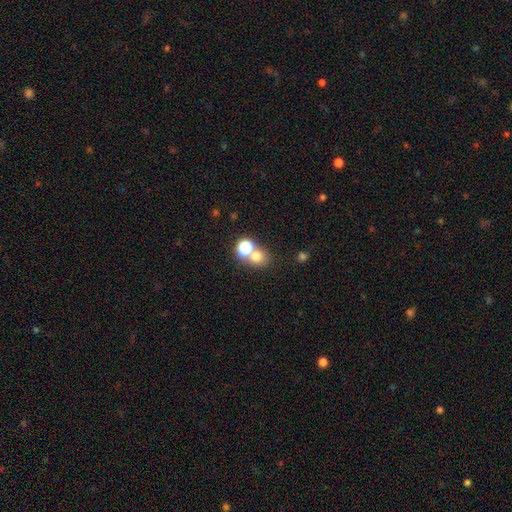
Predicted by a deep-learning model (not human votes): This is likely a smooth galaxy (69%). How rounded: likely round (77%). Merging: possibly none (51%).